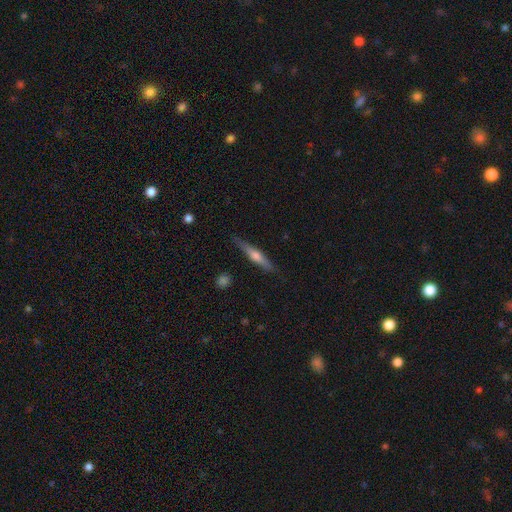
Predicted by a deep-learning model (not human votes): Smooth or featured?
  - featured or disk: 58% *
  - smooth: 36%
  - star or artifact: 6%
Edge-on disk?
  - yes: 96% *
  - no: 4%
Edge-on bulge?
  - rounded: 86% *
  - none: 8%
  - boxy: 6%
Merging?
  - none: 85% *
  - minor disturbance: 11%
  - major disturbance: 2%
  - merger: 1%